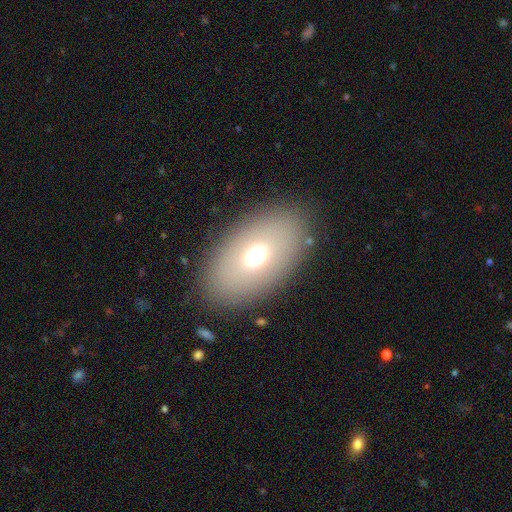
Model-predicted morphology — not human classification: Smooth or featured?
  - smooth: 63% *
  - featured or disk: 24%
  - star or artifact: 12%
How rounded?
  - in between: 87% *
  - round: 11%
  - cigar-shaped: 2%
Merging?
  - none: 85% *
  - minor disturbance: 8%
  - major disturbance: 5%
  - merger: 2%